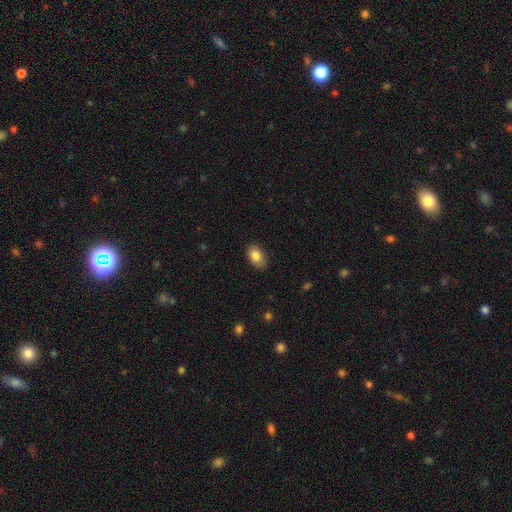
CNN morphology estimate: A smooth galaxy with no disk features (84%) that is in between round and cigar-shaped (90%). Merging: none (83%).